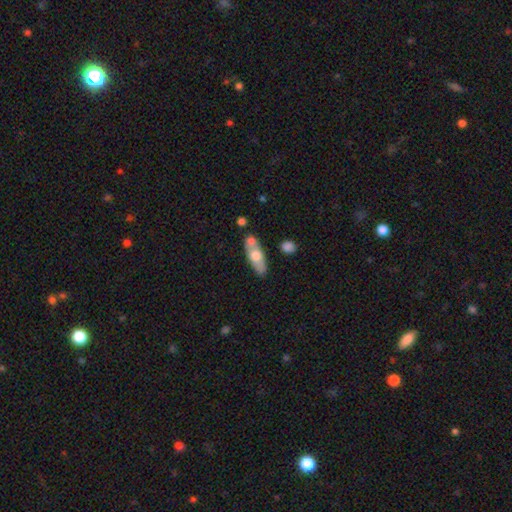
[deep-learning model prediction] This appears to be a smooth galaxy with no disk features (59%) that is in between round and cigar-shaped (62%). Merging: none (60%).